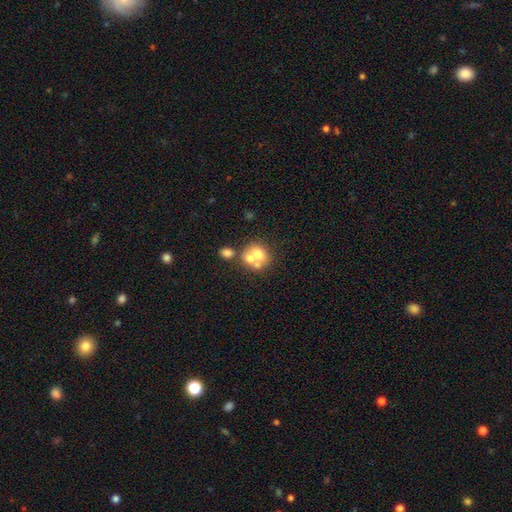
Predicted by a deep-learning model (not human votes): This appears to be a smooth galaxy with no disk features (60%) that is round (69%). Merging: merger (57%).